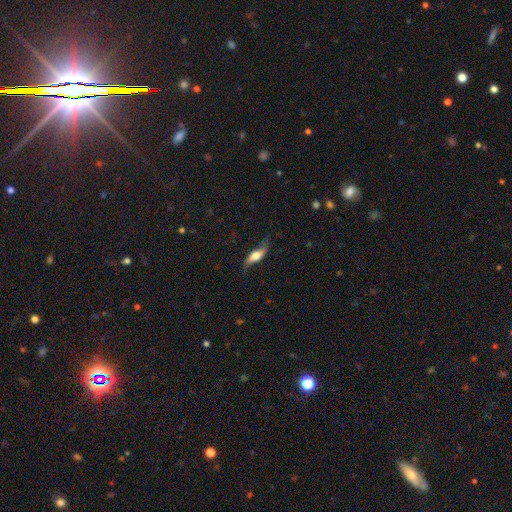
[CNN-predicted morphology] smooth-or-featured: featured or disk: 50% | smooth: 44% | star or artifact: 6%
  disk-edge-on: yes: 64% | no: 36%
  merging: none: 64% | minor disturbance: 25% | major disturbance: 9% | merger: 1%